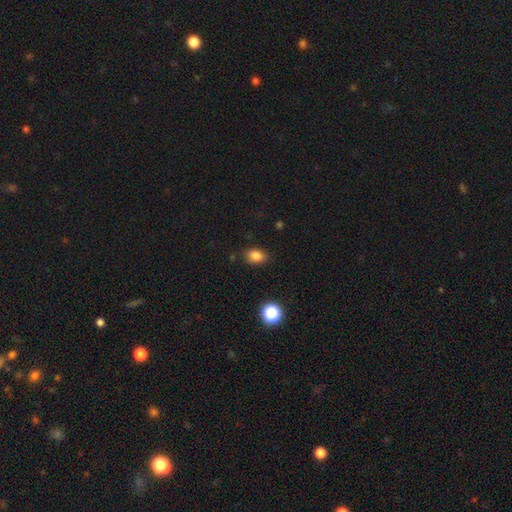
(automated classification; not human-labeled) This appears to be a smooth galaxy with no disk features (83%) that is in between round and cigar-shaped (74%). Merging: none (84%).